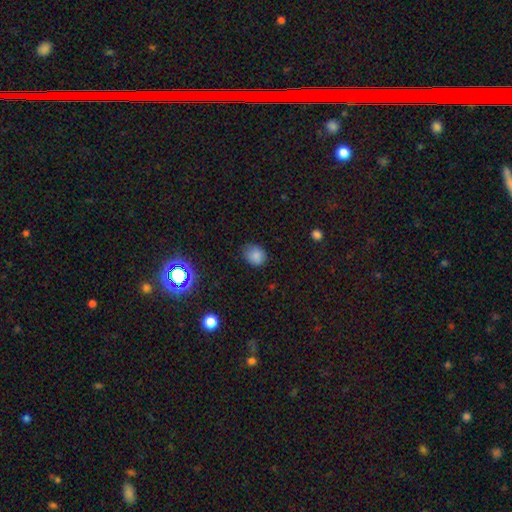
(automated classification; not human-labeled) The model was most divided on "how rounded": round: 57%, in between: 42%, cigar-shaped: 1%. More confident: smooth or featured — smooth (82%); merging — none (71%).